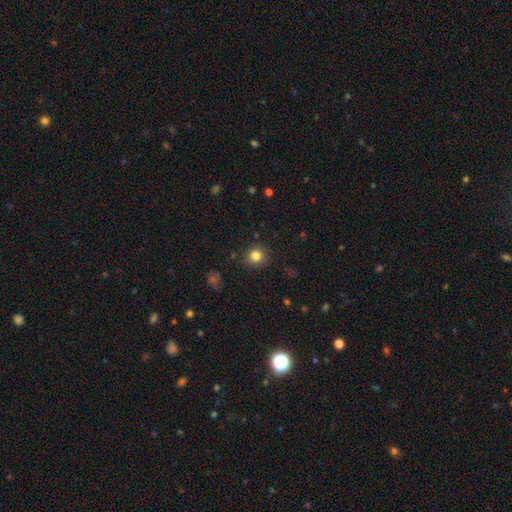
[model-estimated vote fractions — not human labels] A smooth galaxy with no disk features (82%) that is round (90%).

Vote fractions:
- Smooth or featured? smooth: 82% / star or artifact: 13% / featured or disk: 6%
- How rounded? round: 90% / in between: 9% / cigar-shaped: 1%
- Merging? none: 90% / minor disturbance: 7% / major disturbance: 2% / merger: 1%